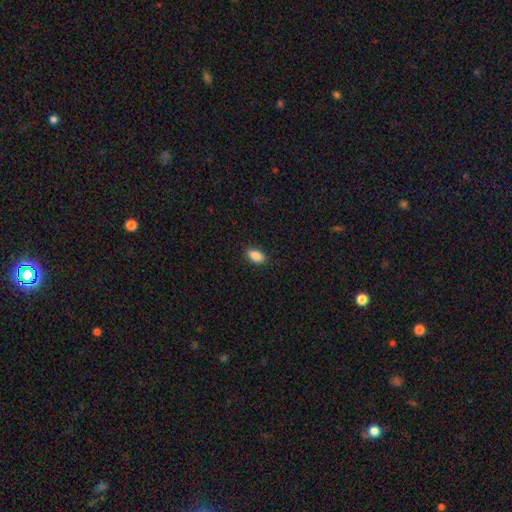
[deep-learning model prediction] A smooth galaxy with no disk features (89%) that is in between round and cigar-shaped (92%).

Vote fractions:
- Smooth or featured? smooth: 89% / star or artifact: 8% / featured or disk: 3%
- How rounded? in between: 92% / round: 5% / cigar-shaped: 3%
- Merging? none: 89% / minor disturbance: 8% / major disturbance: 2% / merger: 1%